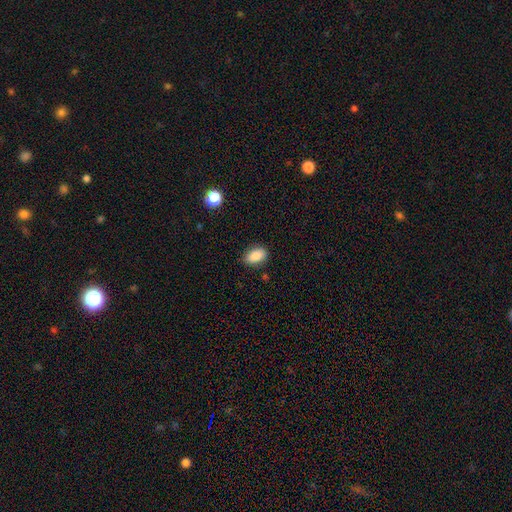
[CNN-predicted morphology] type=smooth (85%); roundness=in between (88%); merging=none (85%).